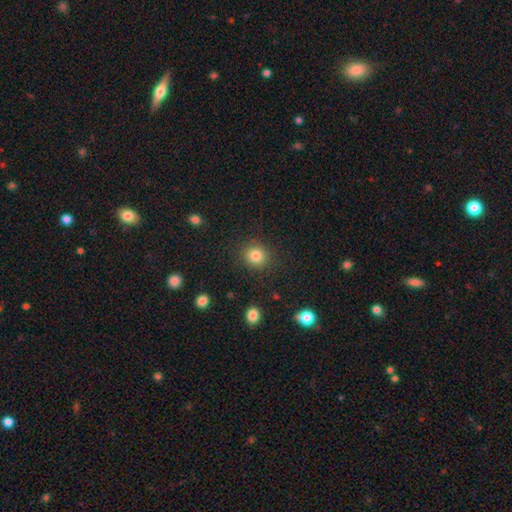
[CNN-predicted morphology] Smooth or featured: smooth — 83% (star or artifact — 11%)
How rounded: round — 84% (in between — 15%)
Merging: none — 88% (minor disturbance — 8%)